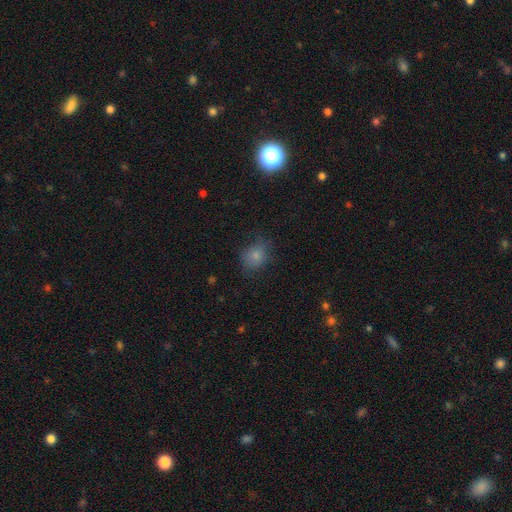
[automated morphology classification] Overall: smooth (79%). How rounded: round (56%; in between 43%). Merging: none (64%; minor disturbance 24%).